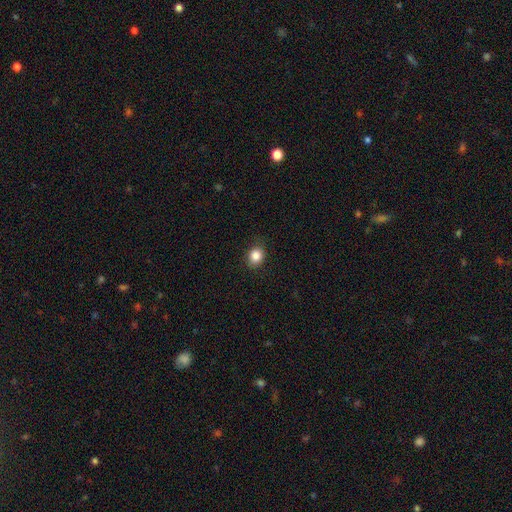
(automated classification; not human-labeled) Smooth or featured?
  - smooth: 86% *
  - star or artifact: 10%
  - featured or disk: 4%
How rounded?
  - round: 60% *
  - in between: 39%
  - cigar-shaped: 1%
Merging?
  - none: 84% *
  - minor disturbance: 12%
  - major disturbance: 3%
  - merger: 1%